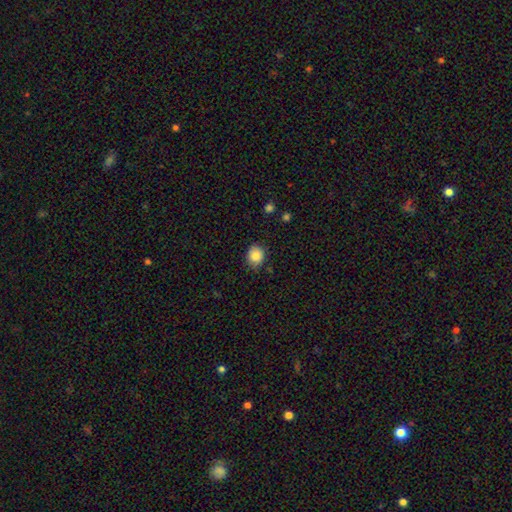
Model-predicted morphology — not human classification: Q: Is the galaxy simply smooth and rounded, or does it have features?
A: smooth — 86%.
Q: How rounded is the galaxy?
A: round — 67%.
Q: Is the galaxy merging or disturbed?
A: none — 81%.